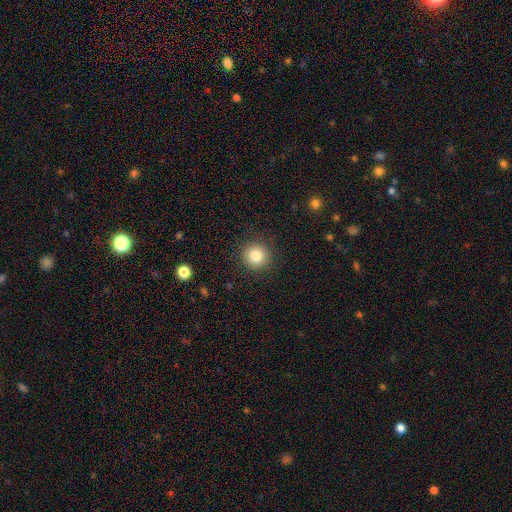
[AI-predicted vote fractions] Smooth or featured: smooth — 83% (star or artifact — 10%)
How rounded: round — 94% (in between — 5%)
Merging: none — 91% (minor disturbance — 6%)